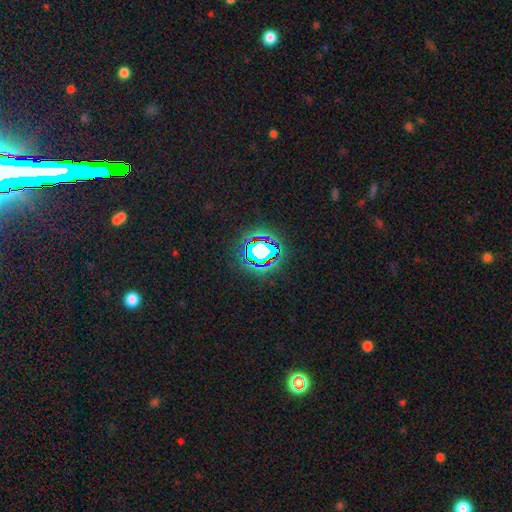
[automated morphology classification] smooth-or-featured: star or artifact: 80% | smooth: 13% | featured or disk: 8%